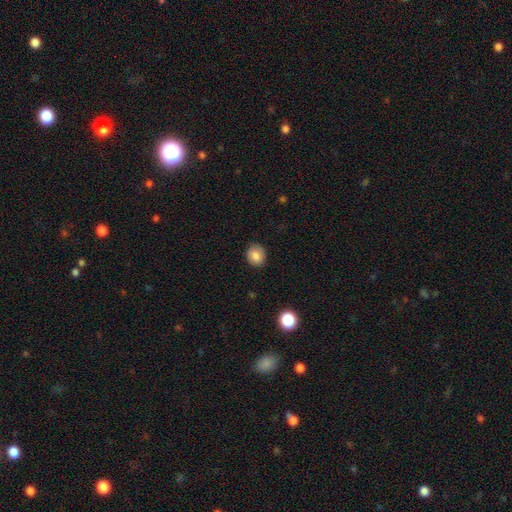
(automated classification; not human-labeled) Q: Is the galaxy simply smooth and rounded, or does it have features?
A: smooth — 81%.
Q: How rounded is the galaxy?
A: round — 70%.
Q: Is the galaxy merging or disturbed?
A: none — 86%.